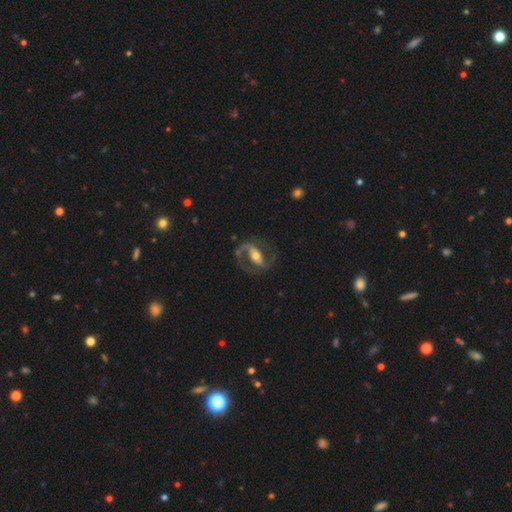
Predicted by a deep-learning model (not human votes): The model was most divided on "bar": strong: 53%, weak: 29%, no: 18%. More confident: edge-on disk — no (95%); spiral arms — yes (93%); spiral arm count — 2 (87%); smooth or featured — featured or disk (87%); merging — none (74%); bulge size — moderate (66%); spiral winding — medium (56%).